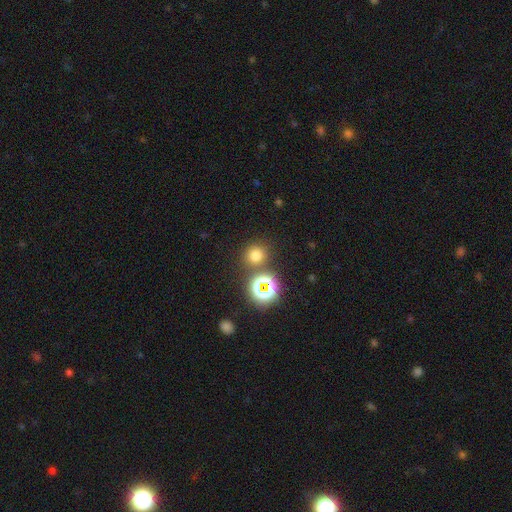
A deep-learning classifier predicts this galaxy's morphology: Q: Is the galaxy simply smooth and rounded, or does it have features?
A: smooth — 70%.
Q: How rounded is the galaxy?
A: round — 90%.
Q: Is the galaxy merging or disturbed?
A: none — 80%.